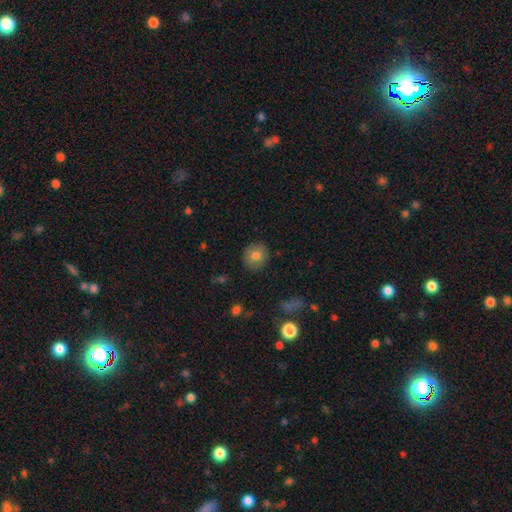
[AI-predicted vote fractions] Smooth or featured?
  - smooth: 78% *
  - featured or disk: 13%
  - star or artifact: 9%
How rounded?
  - round: 88% *
  - in between: 11%
  - cigar-shaped: 1%
Merging?
  - none: 89% *
  - minor disturbance: 8%
  - major disturbance: 2%
  - merger: 1%